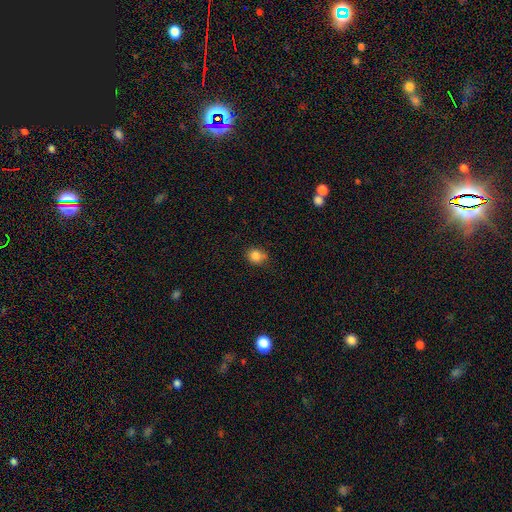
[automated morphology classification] Smooth or featured? Predicted: smooth (p=0.84). How rounded? Predicted: round (p=0.75). Merging? Predicted: none (p=0.70).